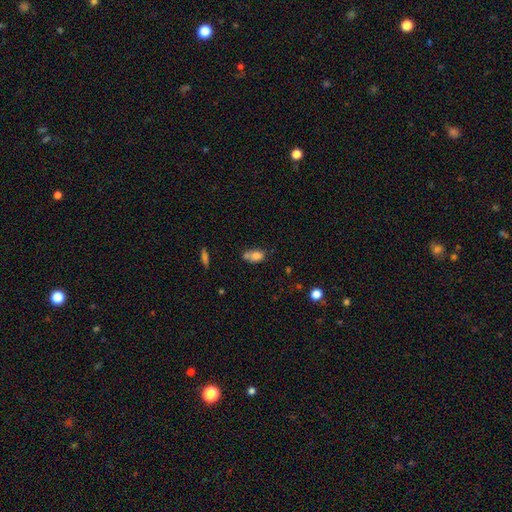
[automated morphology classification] Smooth or featured?
  - smooth: 76% *
  - featured or disk: 13%
  - star or artifact: 11%
How rounded?
  - in between: 80% *
  - round: 17%
  - cigar-shaped: 3%
Merging?
  - none: 36% * (tied)
  - merger: 36% * (tied)
  - minor disturbance: 20%
  - major disturbance: 8%